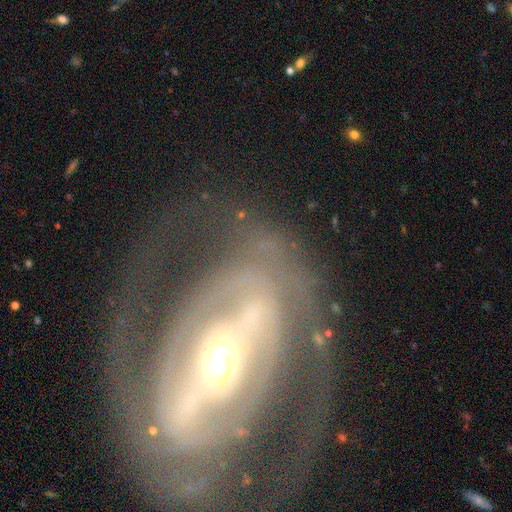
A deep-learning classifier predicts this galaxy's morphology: Smooth or featured?
  - featured or disk: 79% *
  - smooth: 13%
  - star or artifact: 8%
Edge-on disk?
  - no: 93% *
  - yes: 7%
Bar?
  - no: 40% *
  - strong: 33%
  - weak: 28%
Spiral arms?
  - yes: 74% *
  - no: 26%
Spiral winding?
  - tight: 44% *
  - medium: 36%
  - loose: 20%
Spiral arm count?
  - 2: 45% *
  - can't tell: 29%
  - 1: 9%
  - 3: 9%
  - 4: 5%
  - more than 4: 4%
Bulge size?
  - moderate: 62% *
  - small: 19%
  - large: 14%
  - dominant: 3%
  - none: 2%
Merging?
  - none: 50% *
  - major disturbance: 30%
  - minor disturbance: 17%
  - merger: 4%